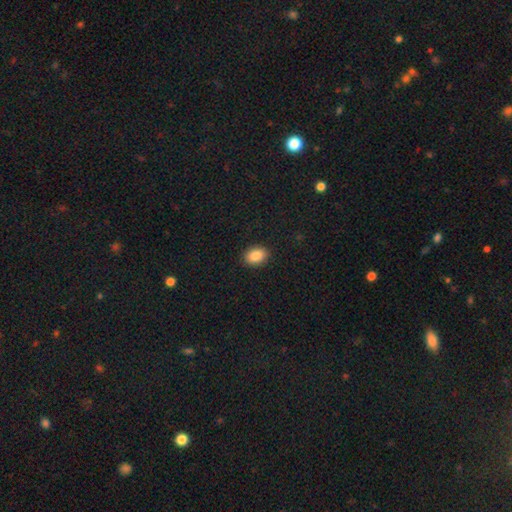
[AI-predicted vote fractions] Morphology: type=smooth (87%); roundness=in between (80%); merging=none (90%).